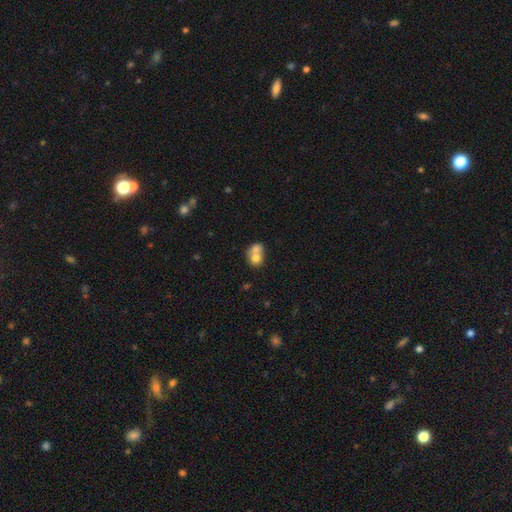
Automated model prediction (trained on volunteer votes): Smooth or featured?
  - smooth: 70% *
  - featured or disk: 21%
  - star or artifact: 9%
How rounded?
  - round: 62% *
  - in between: 37%
  - cigar-shaped: 1%
Merging?
  - merger: 71% *
  - none: 21%
  - minor disturbance: 6%
  - major disturbance: 3%